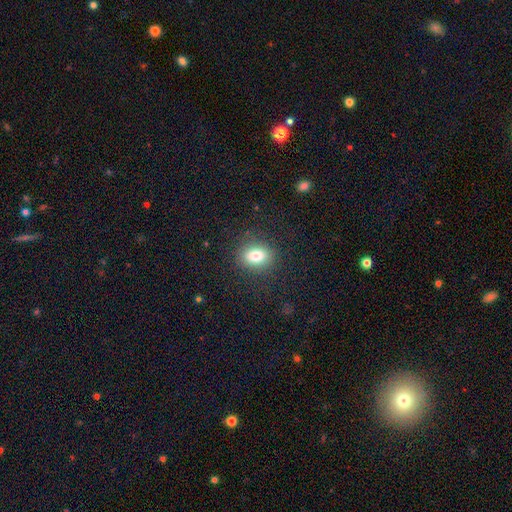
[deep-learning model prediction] Smooth or featured?
  - smooth: 81% *
  - star or artifact: 10%
  - featured or disk: 9%
How rounded?
  - in between: 63% *
  - round: 36%
  - cigar-shaped: 2%
Merging?
  - none: 85% *
  - minor disturbance: 10%
  - major disturbance: 4%
  - merger: 1%